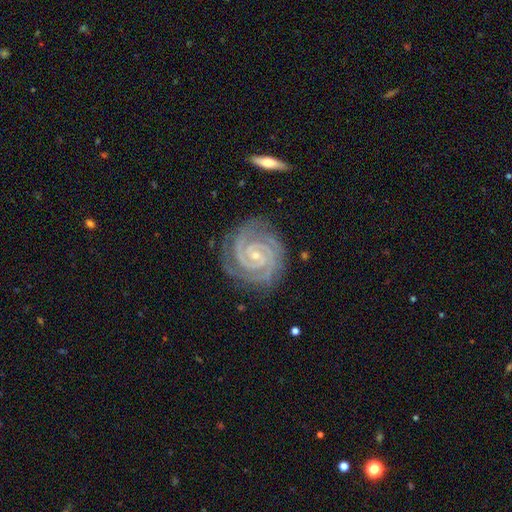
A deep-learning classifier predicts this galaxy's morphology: smooth-or-featured: featured or disk: 93% | star or artifact: 5% | smooth: 2%
  disk-edge-on: no: 98% | yes: 2%
    bar: no: 55% | weak: 28% | strong: 17%
    has-spiral-arms: yes: 99% | no: 1%
      spiral-winding: tight: 86% | medium: 12% | loose: 1%
      spiral-arm-count: 2: 68% | 3: 16% | 4: 5% | can't tell: 4% | more than 4: 3% | 1: 3%
    bulge-size: small: 81% | moderate: 15% | none: 2% | large: 1% | dominant: 1%
  merging: none: 81% | minor disturbance: 14% | major disturbance: 3% | merger: 2%